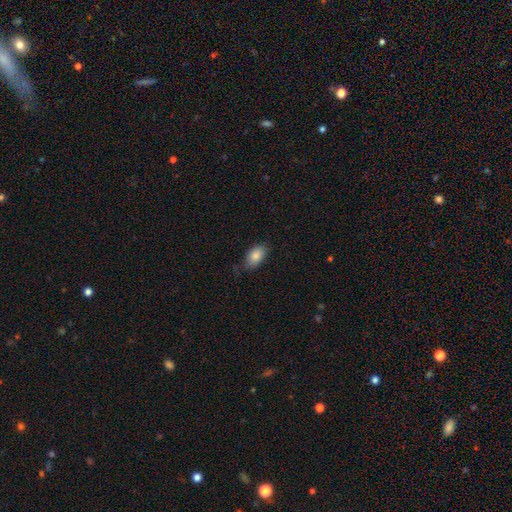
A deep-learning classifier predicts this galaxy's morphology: Smooth or featured? Predicted: smooth (p=0.85). How rounded? Predicted: in between (p=0.91). Merging? Predicted: none (p=0.69).